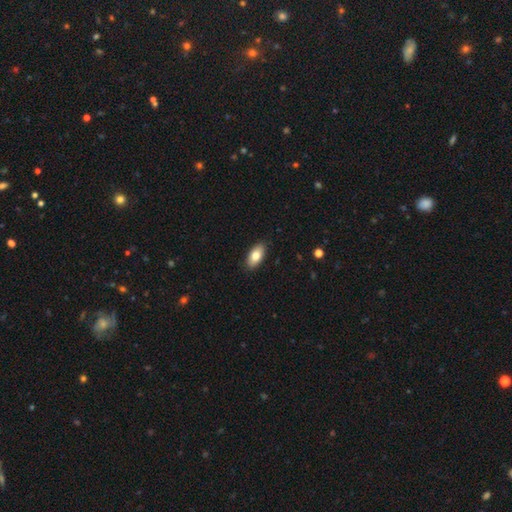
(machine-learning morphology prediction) Smooth or featured: smooth — 79% (featured or disk — 14%)
How rounded: in between — 91% (cigar-shaped — 5%)
Merging: none — 88% (minor disturbance — 9%)